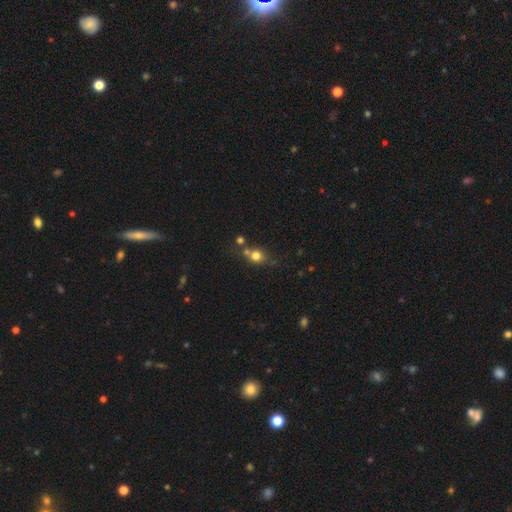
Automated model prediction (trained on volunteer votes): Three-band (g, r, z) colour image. It shows a smooth galaxy with no disk features (72%) that is round (76%). Merging: none (52%).